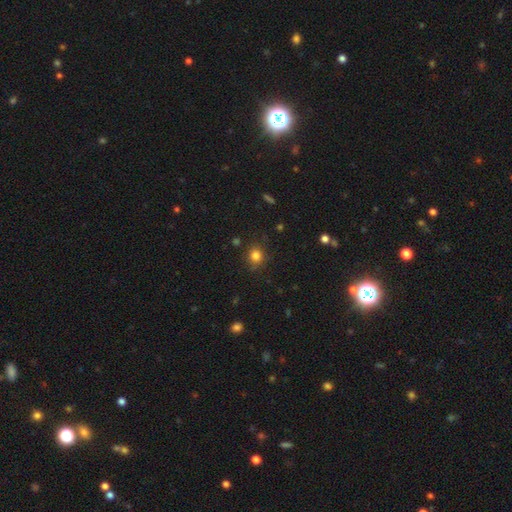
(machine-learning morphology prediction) smooth-or-featured: smooth: 82% | star or artifact: 13% | featured or disk: 5%
  how-rounded: round: 80% | in between: 19% | cigar-shaped: 1%
  merging: none: 84% | minor disturbance: 12% | major disturbance: 3% | merger: 2%